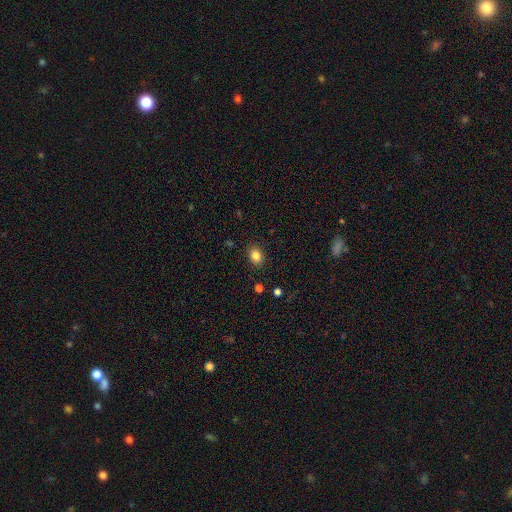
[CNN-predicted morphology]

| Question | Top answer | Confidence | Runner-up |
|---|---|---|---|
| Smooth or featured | smooth | 84% | star or artifact (10%) |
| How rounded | in between | 64% | round (35%) |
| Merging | none | 87% | minor disturbance (9%) |